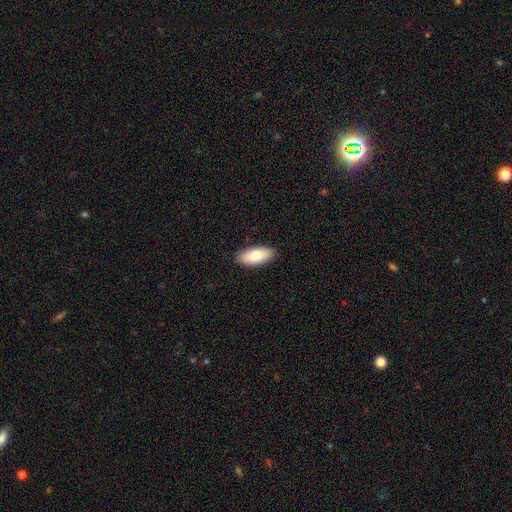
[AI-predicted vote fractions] Morphology: type=smooth (78%); roundness=in between (87%); merging=none (89%).